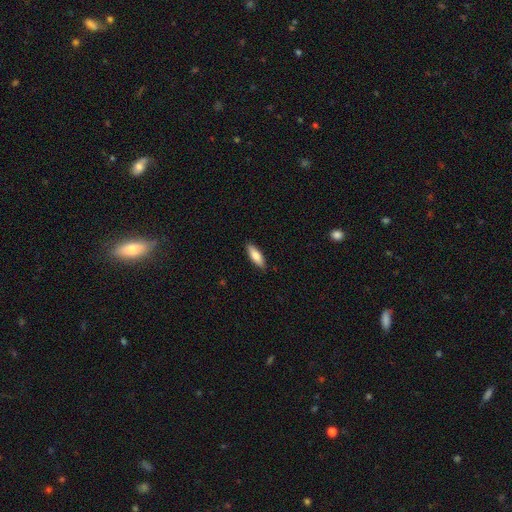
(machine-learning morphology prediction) Smooth or featured? Predicted: smooth (p=0.82). How rounded? Predicted: in between (p=0.58). Merging? Predicted: none (p=0.89).